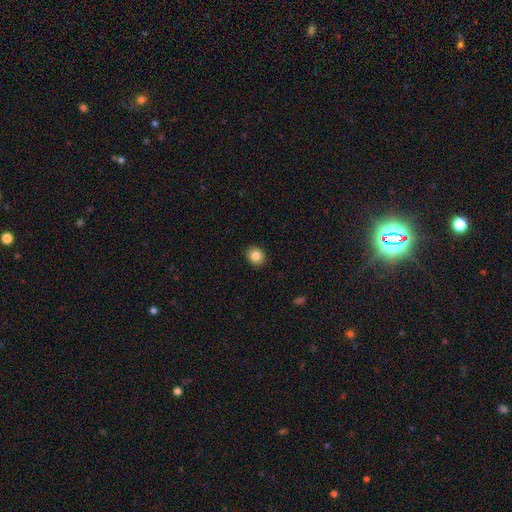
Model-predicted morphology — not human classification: A smooth galaxy with no disk features (84%) that is round (76%). Merging: none (92%).